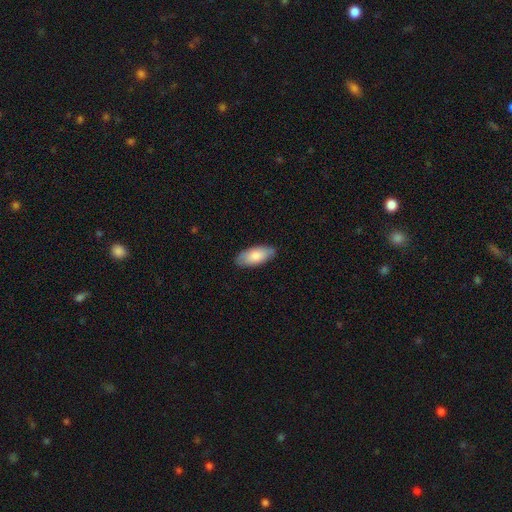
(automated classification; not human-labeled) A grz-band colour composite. It shows a smooth galaxy with no disk features (79%) that is in between round and cigar-shaped (89%). Merging: none (83%).